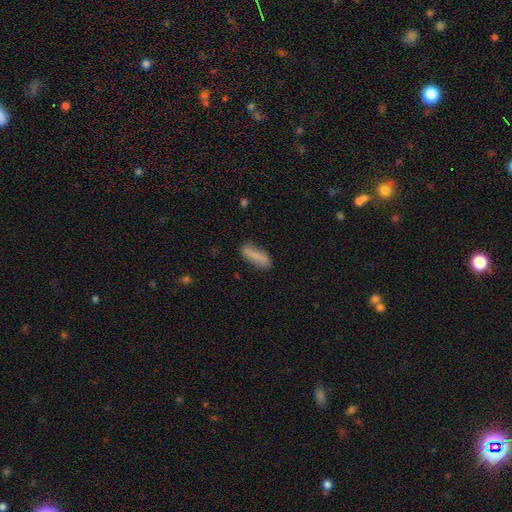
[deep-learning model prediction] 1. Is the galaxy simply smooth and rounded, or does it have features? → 74% smooth, 19% featured or disk, 7% star or artifact.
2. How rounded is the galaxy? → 49% in between, 48% cigar-shaped, 3% round.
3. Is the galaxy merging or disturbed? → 80% none, 15% minor disturbance, 3% major disturbance, 2% merger.